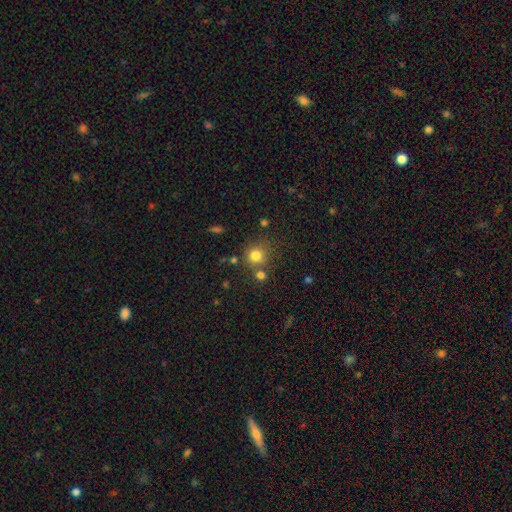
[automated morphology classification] A smooth galaxy with no disk features (78%) that is round (89%). Merging: none (70%).